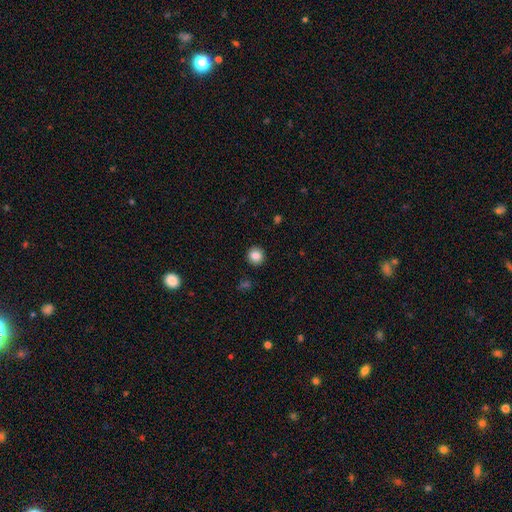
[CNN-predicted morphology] Smooth or featured: smooth — 86% (star or artifact — 10%)
How rounded: round — 91% (in between — 8%)
Merging: none — 92% (minor disturbance — 5%)